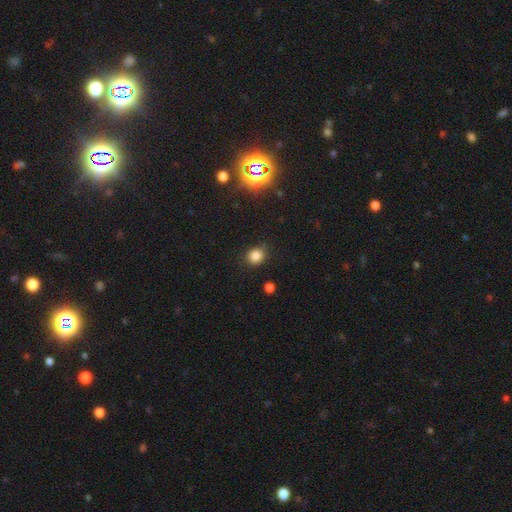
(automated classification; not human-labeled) Smooth or featured: smooth — 83% (star or artifact — 13%)
How rounded: round — 78% (in between — 21%)
Merging: none — 81% (minor disturbance — 13%)